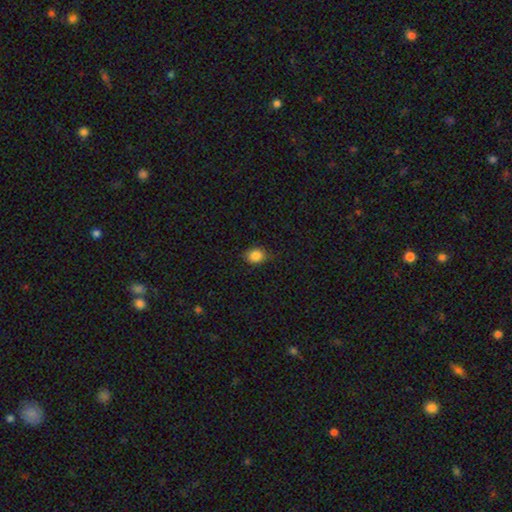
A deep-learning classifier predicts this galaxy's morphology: A smooth galaxy with no disk features (85%) that is round (55%). Merging: none (80%).